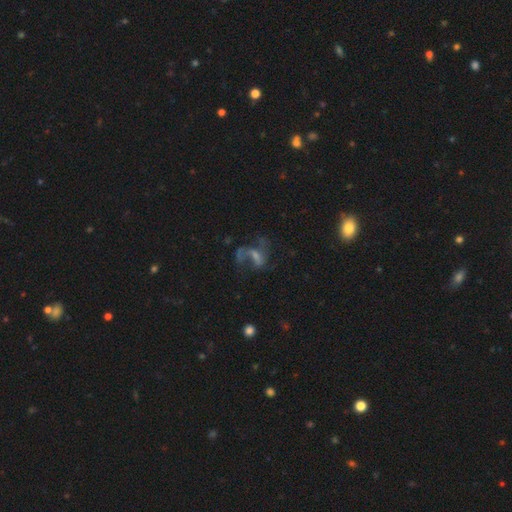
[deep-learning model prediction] Smooth or featured?
  - featured or disk: 60% *
  - star or artifact: 21%
  - smooth: 18%
Edge-on disk?
  - no: 96% *
  - yes: 4%
Bar?
  - no: 44% *
  - weak: 38%
  - strong: 17%
Spiral arms?
  - yes: 69% *
  - no: 31%
Bulge size?
  - small: 42% *
  - none: 26%
  - moderate: 25%
  - large: 4%
  - dominant: 2%
Merging?
  - none: 39% * (tied)
  - major disturbance: 39% * (tied)
  - minor disturbance: 14%
  - merger: 8%